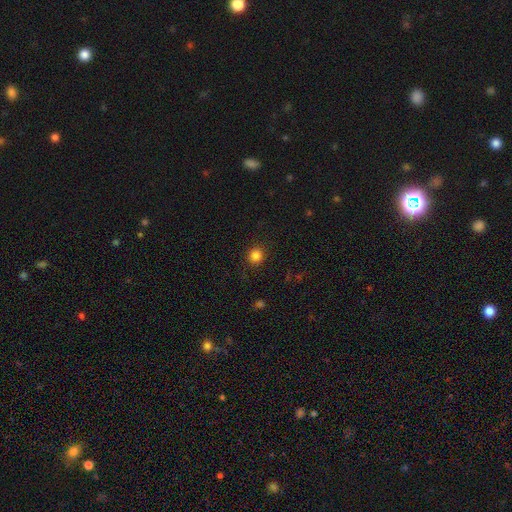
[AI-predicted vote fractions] Smooth or featured? Predicted: smooth (p=0.84). How rounded? Predicted: round (p=0.89). Merging? Predicted: none (p=0.90).